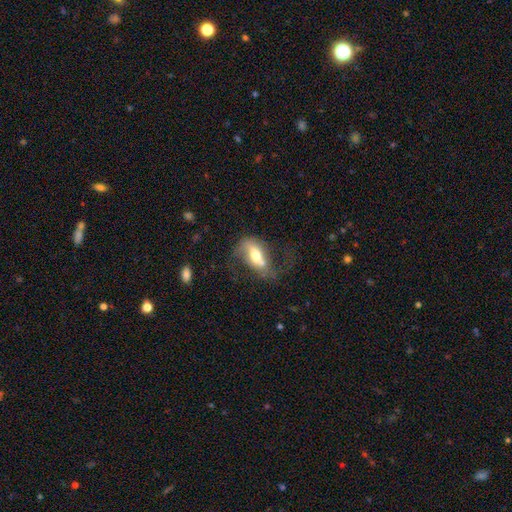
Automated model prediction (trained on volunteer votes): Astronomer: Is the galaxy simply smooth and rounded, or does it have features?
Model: featured or disk — 47% (runner-up: smooth, 46%).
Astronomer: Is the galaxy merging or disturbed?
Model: none — 36% (runner-up: major disturbance, 28%).